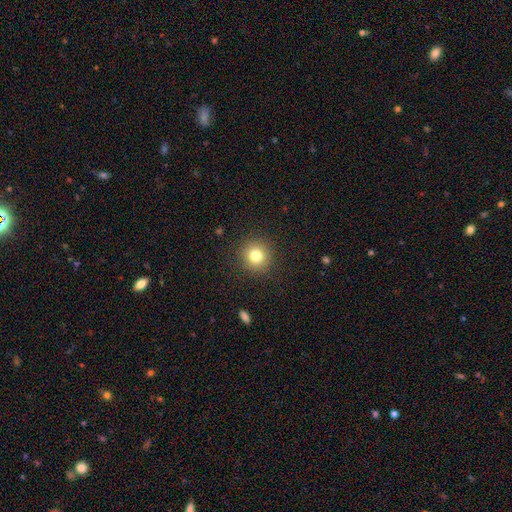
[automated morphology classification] A smooth galaxy with no disk features (79%) that is round (93%). Merging: none (90%).